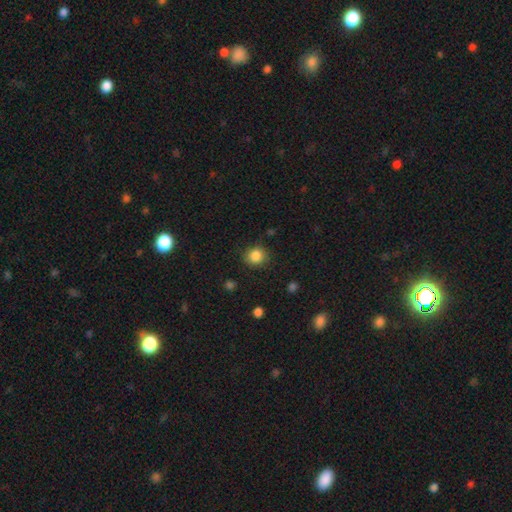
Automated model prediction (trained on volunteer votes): A smooth galaxy with no disk features (86%) that is round (82%).

Vote fractions:
- Smooth or featured? smooth: 86% / star or artifact: 10% / featured or disk: 4%
- How rounded? round: 82% / in between: 17% / cigar-shaped: 1%
- Merging? none: 83% / minor disturbance: 12% / major disturbance: 3% / merger: 2%